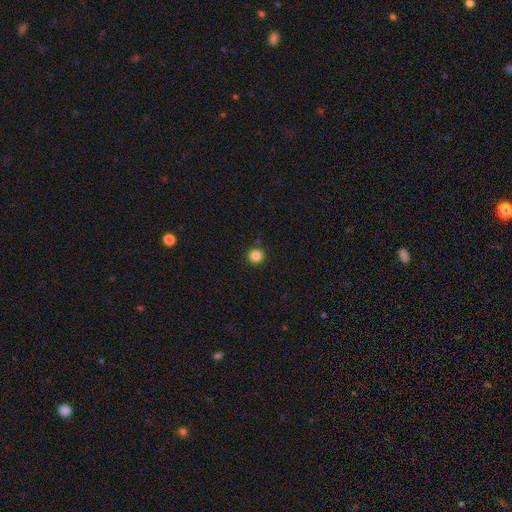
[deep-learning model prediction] Smooth or featured? Predicted: smooth (p=0.85). How rounded? Predicted: round (p=0.94). Merging? Predicted: none (p=0.91).